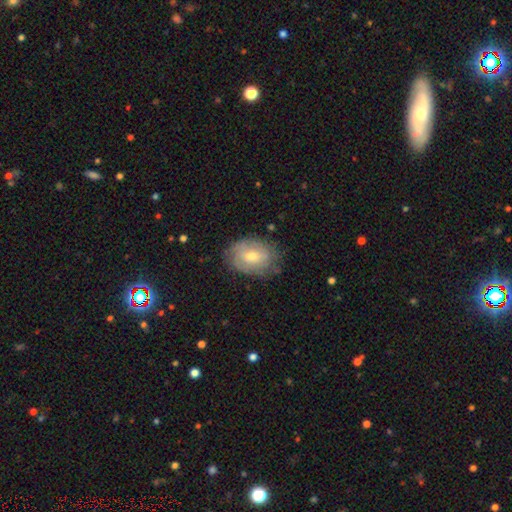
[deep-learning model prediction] A featured or disk galaxy (50%).

Vote fractions:
- Smooth or featured? featured or disk: 50% / smooth: 42% / star or artifact: 8%
- Edge-on disk? no: 95% / yes: 5%
- Merging? none: 71% / minor disturbance: 21% / major disturbance: 6% / merger: 1%